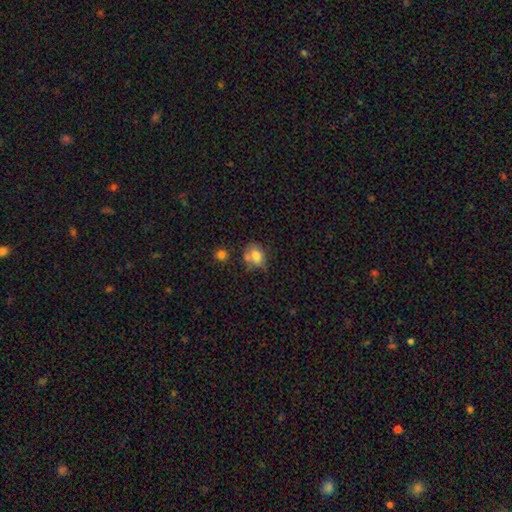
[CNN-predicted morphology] A smooth galaxy with no disk features (77%) that is round (53%). Merging: none (48%).